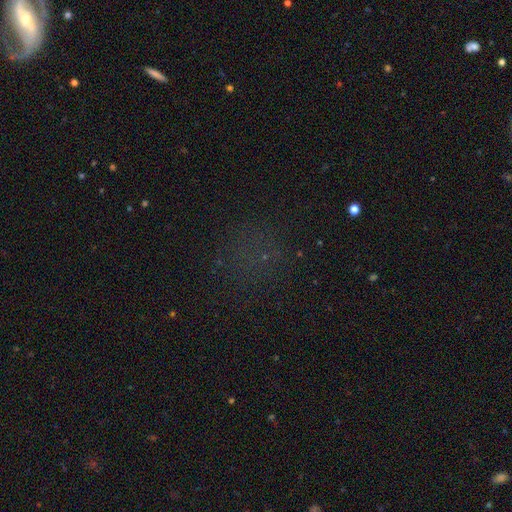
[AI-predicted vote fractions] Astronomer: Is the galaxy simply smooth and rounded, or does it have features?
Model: star or artifact — 52% (runner-up: smooth, 35%).